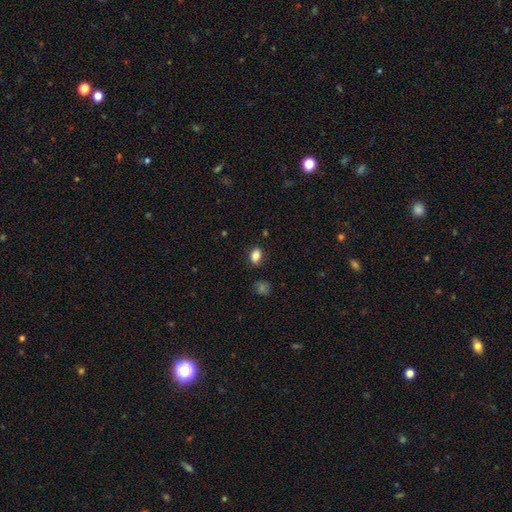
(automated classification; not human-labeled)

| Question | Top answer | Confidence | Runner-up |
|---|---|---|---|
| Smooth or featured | smooth | 85% | star or artifact (10%) |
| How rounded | in between | 80% | round (18%) |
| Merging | none | 85% | minor disturbance (11%) |